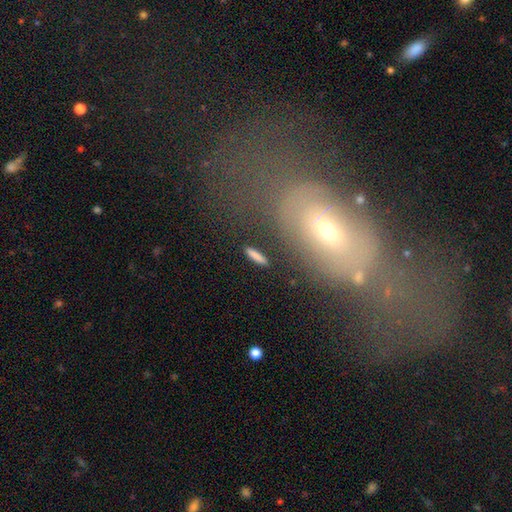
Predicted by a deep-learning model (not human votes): A smooth galaxy with no disk features (83%) that is cigar-shaped (73%). Merging: none (87%).